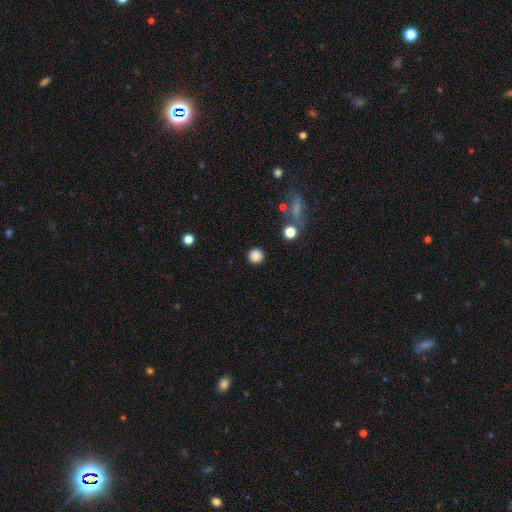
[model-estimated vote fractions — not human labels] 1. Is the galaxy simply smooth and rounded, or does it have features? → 85% smooth, 12% star or artifact, 3% featured or disk.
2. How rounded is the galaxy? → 95% round, 4% in between, 1% cigar-shaped.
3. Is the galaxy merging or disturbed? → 89% none, 6% minor disturbance, 2% major disturbance, 2% merger.